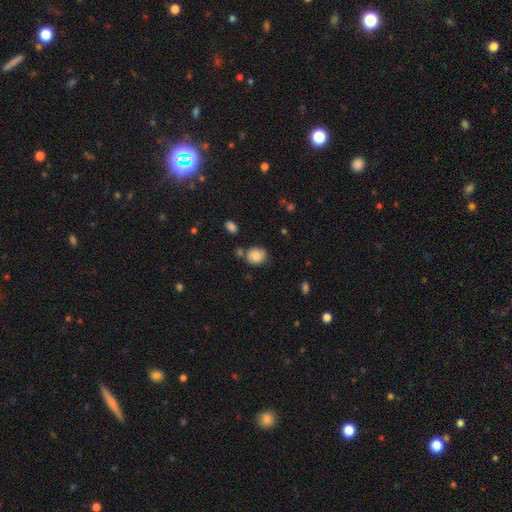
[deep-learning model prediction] Smooth or featured?
  - smooth: 85% *
  - star or artifact: 8%
  - featured or disk: 7%
How rounded?
  - round: 59% *
  - in between: 40%
  - cigar-shaped: 1%
Merging?
  - none: 67% *
  - minor disturbance: 18%
  - merger: 10%
  - major disturbance: 5%